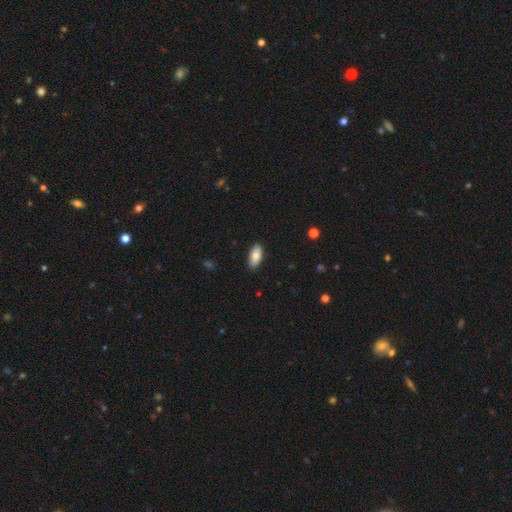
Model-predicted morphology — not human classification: Overall: smooth (84%). How rounded: in between (90%). Merging: none (89%).